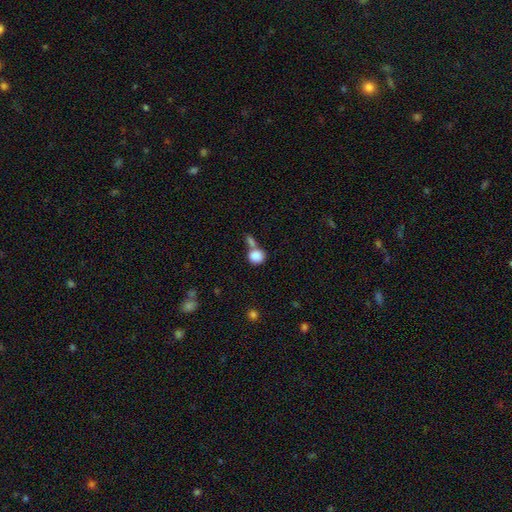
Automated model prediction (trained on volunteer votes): smooth-or-featured: smooth: 85% | star or artifact: 9% | featured or disk: 6%
  how-rounded: round: 79% | in between: 19% | cigar-shaped: 1%
  merging: merger: 44% | none: 42% | minor disturbance: 10% | major disturbance: 5%